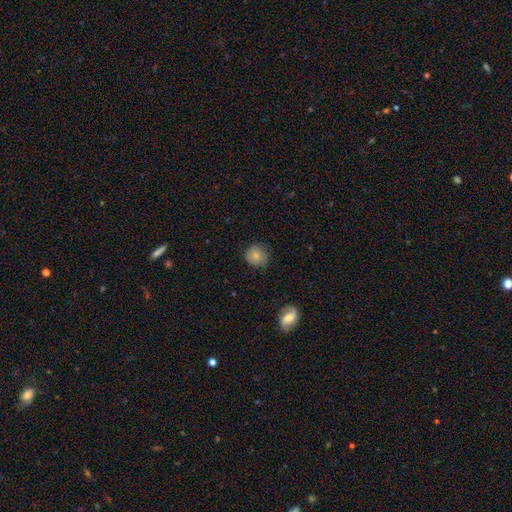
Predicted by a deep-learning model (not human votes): This is likely a smooth galaxy (80%). How rounded: clearly round (88%). Merging: clearly none (80%).